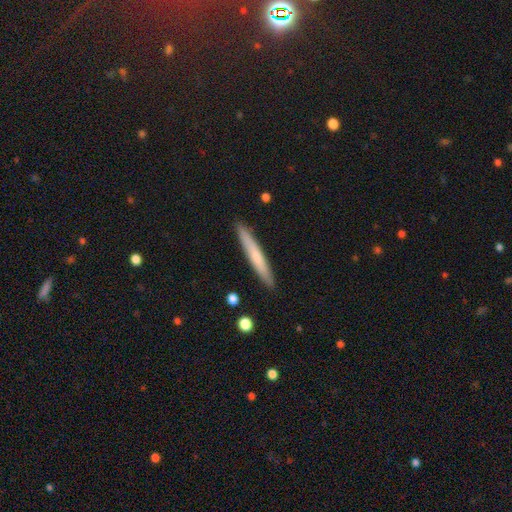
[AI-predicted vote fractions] Q: Smooth or featured?
A: smooth (62%); runner-up: featured or disk (32%)
Q: How rounded?
A: cigar-shaped (96%); runner-up: in between (3%)
Q: Merging?
A: none (91%); runner-up: minor disturbance (6%)